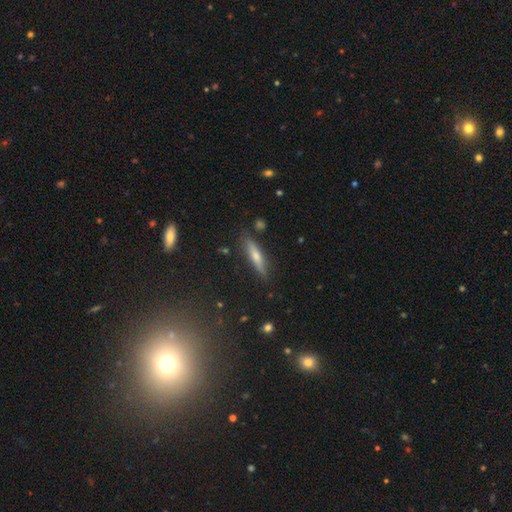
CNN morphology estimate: This is possibly a smooth galaxy (48%). Merging: clearly none (84%).